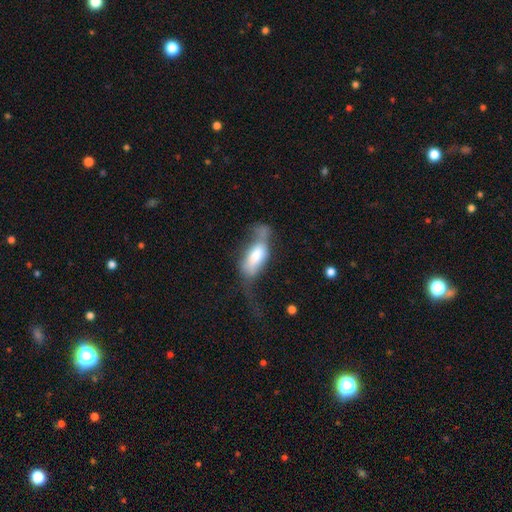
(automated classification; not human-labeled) Overall: smooth (59%; featured or disk 34%). How rounded: in between (81%). Merging: major disturbance (46%; minor disturbance 20%).